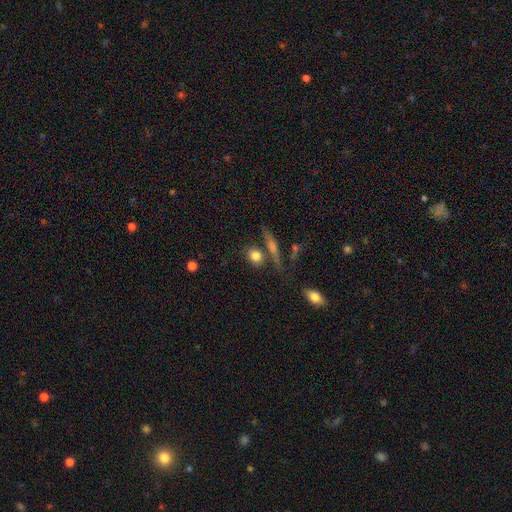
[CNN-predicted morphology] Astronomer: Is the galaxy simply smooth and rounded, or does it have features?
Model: smooth — 80%.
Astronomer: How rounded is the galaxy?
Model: round — 58% (runner-up: in between, 35%).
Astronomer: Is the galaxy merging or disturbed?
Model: none — 67%.